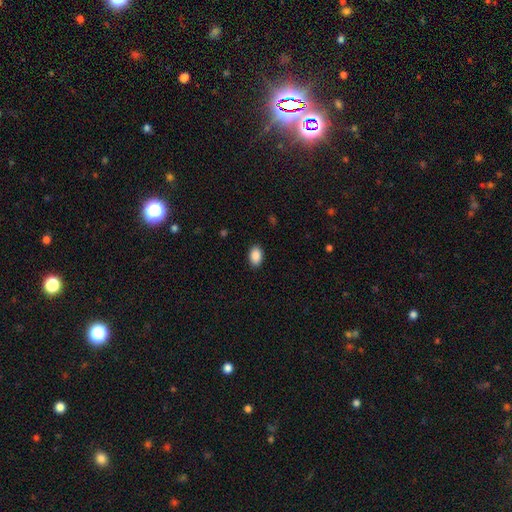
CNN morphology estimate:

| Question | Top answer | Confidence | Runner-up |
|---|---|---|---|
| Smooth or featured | smooth | 90% | star or artifact (7%) |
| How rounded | in between | 88% | round (10%) |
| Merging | none | 89% | minor disturbance (8%) |